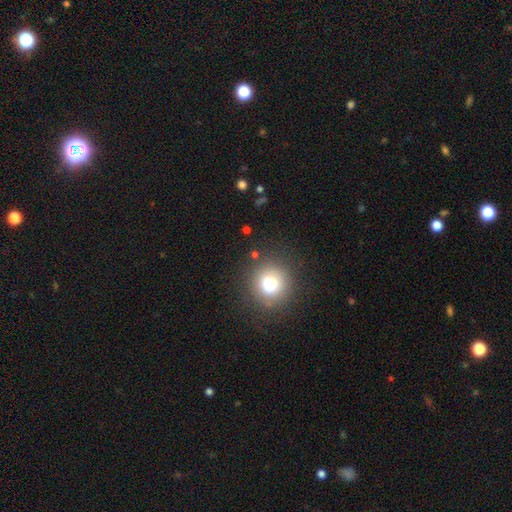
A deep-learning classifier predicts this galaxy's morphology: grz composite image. It shows a smooth galaxy with no disk features (76%) that is round (90%). Merging: none (86%).